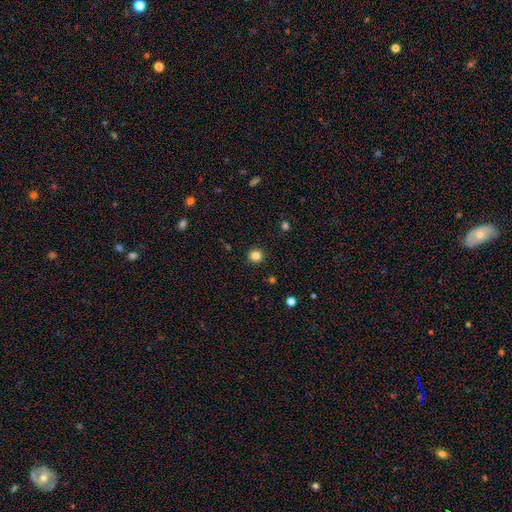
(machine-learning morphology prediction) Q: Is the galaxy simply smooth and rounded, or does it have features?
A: smooth — 83%.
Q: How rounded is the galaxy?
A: round — 94%.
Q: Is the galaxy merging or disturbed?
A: none — 92%.